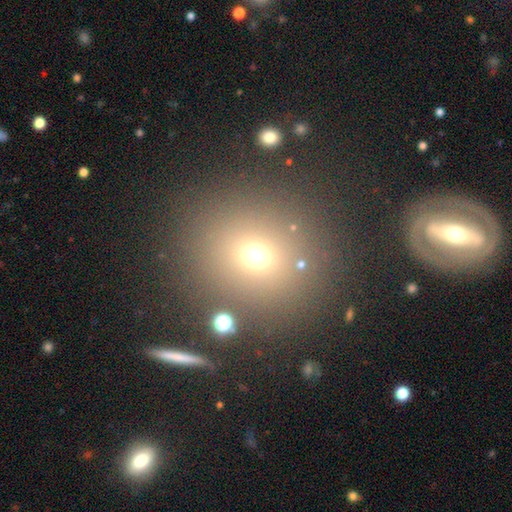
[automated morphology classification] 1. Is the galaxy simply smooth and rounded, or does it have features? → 67% smooth, 21% star or artifact, 13% featured or disk.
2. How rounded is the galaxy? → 85% round, 14% in between, 1% cigar-shaped.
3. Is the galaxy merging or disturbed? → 81% none, 9% minor disturbance, 6% merger, 4% major disturbance.